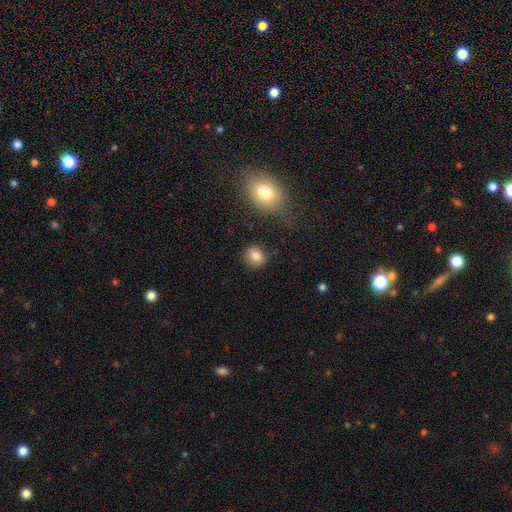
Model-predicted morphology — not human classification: Smooth or featured: smooth — 83% (star or artifact — 10%)
How rounded: round — 82% (in between — 17%)
Merging: none — 86% (minor disturbance — 9%)